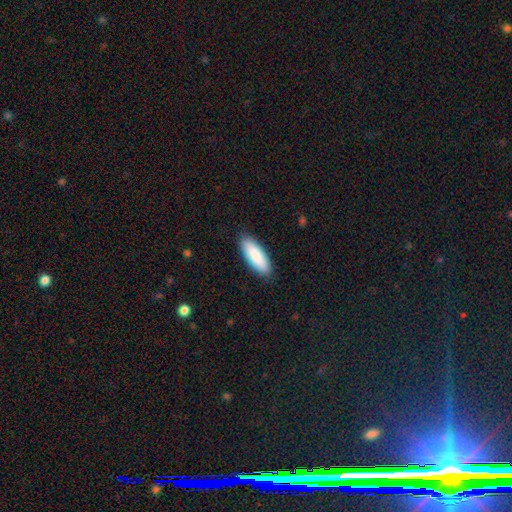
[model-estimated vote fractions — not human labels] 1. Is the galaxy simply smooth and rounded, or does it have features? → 88% smooth, 6% featured or disk, 5% star or artifact.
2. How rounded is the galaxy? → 67% in between, 31% cigar-shaped, 2% round.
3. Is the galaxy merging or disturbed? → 89% none, 8% minor disturbance, 2% major disturbance, 1% merger.